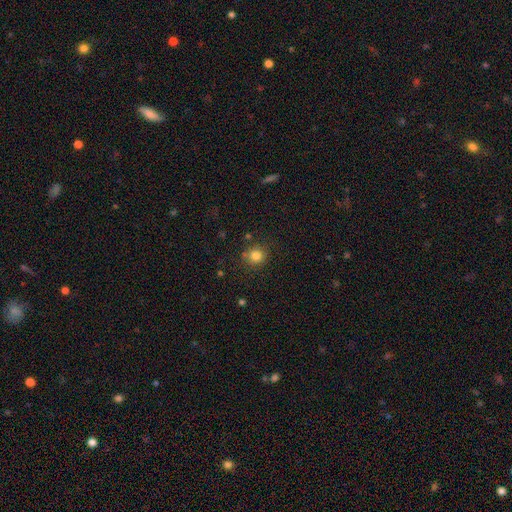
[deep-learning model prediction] This appears to be a smooth galaxy with no disk features (81%) that is round (87%). Merging: none (82%).